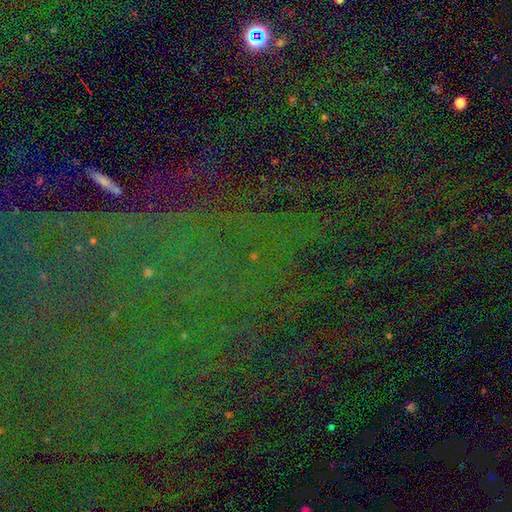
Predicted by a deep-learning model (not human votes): star or artifact 82%, featured or disk 9%, smooth 9%.